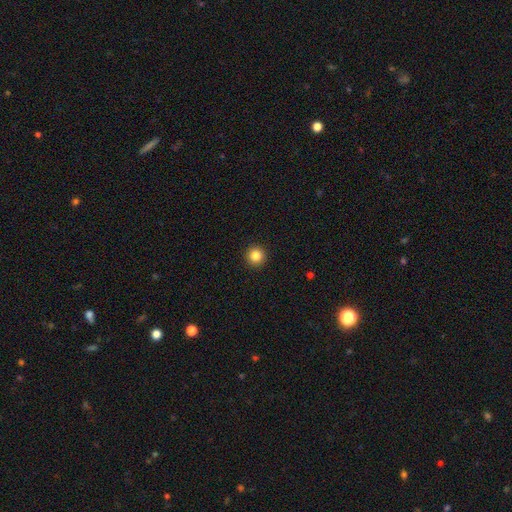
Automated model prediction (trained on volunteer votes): The model was most divided on "smooth or featured": smooth: 84%, star or artifact: 11%, featured or disk: 5%. More confident: how rounded — round (96%); merging — none (93%).